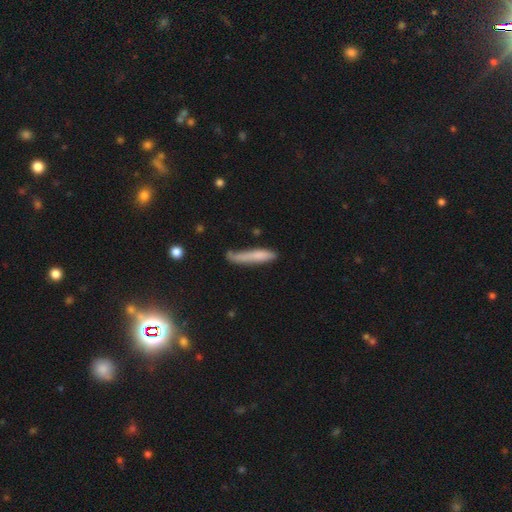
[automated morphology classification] Smooth or featured?
  - smooth: 72% *
  - featured or disk: 21%
  - star or artifact: 7%
How rounded?
  - cigar-shaped: 90% *
  - in between: 8%
  - round: 1%
Merging?
  - none: 51% *
  - minor disturbance: 31%
  - major disturbance: 12%
  - merger: 6%